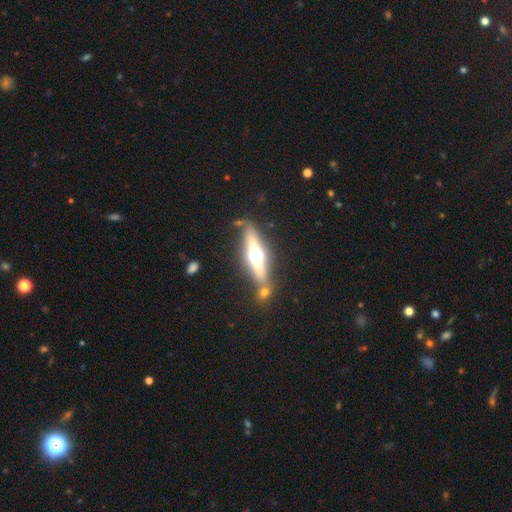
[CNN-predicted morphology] featured or disk 64%, smooth 27%, star or artifact 8%. Down the decision tree: edge-on disk — yes (90%); edge-on bulge — rounded (94%); merging — none (73%).